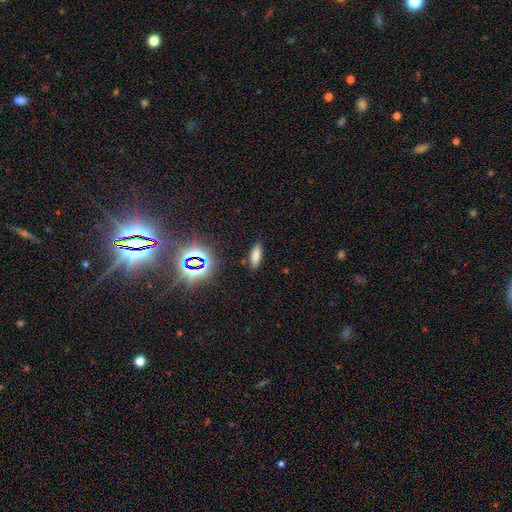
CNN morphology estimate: smooth_or_featured: smooth (p=0.72) [alt: star or artifact p=0.18]
how_rounded: in between (p=0.61) [alt: cigar-shaped p=0.36]
merging: none (p=0.86) [alt: minor disturbance p=0.10]